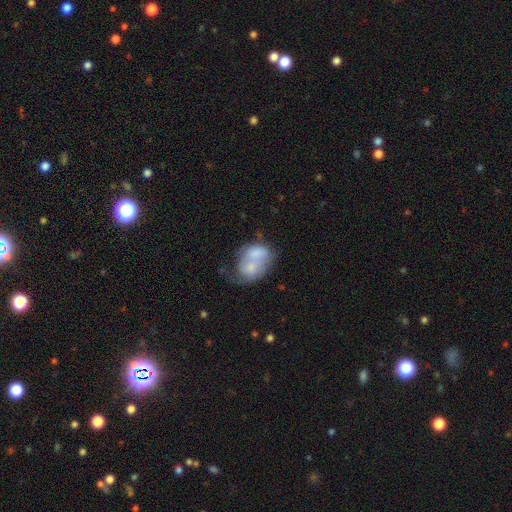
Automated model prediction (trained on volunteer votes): smooth 56%, featured or disk 37%, star or artifact 7%. Down the decision tree: how rounded — in between (69%); merging — merger (62%).